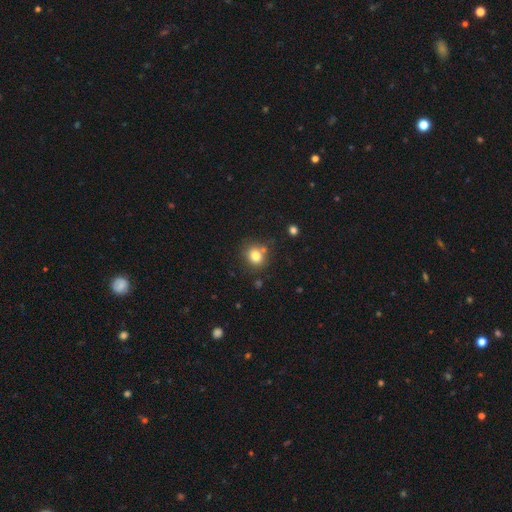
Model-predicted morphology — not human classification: This appears to be a smooth galaxy with no disk features (80%) that is round (78%). Merging: none (72%).